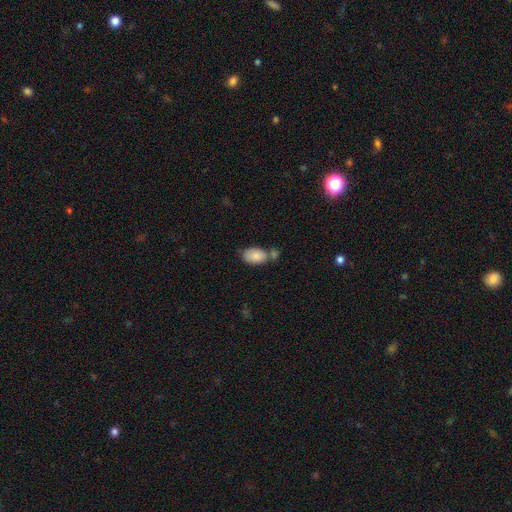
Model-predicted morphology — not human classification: smooth_or_featured: smooth (p=0.84) [alt: featured or disk p=0.09]
how_rounded: in between (p=0.92) [alt: round p=0.07]
merging: none (p=0.46) [alt: merger p=0.32]